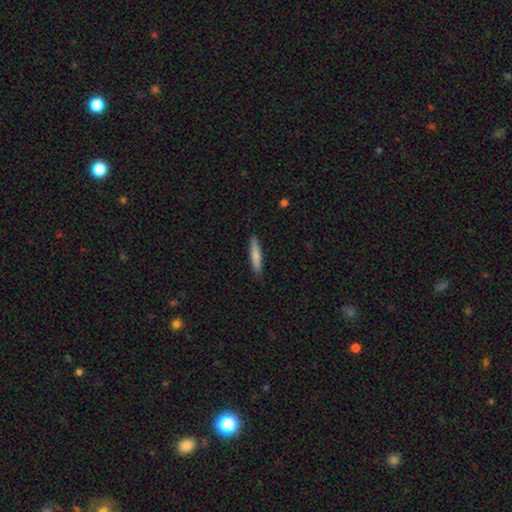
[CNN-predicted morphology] smooth 78%, featured or disk 17%, star or artifact 6%. Down the decision tree: how rounded — cigar-shaped (90%); merging — none (85%).